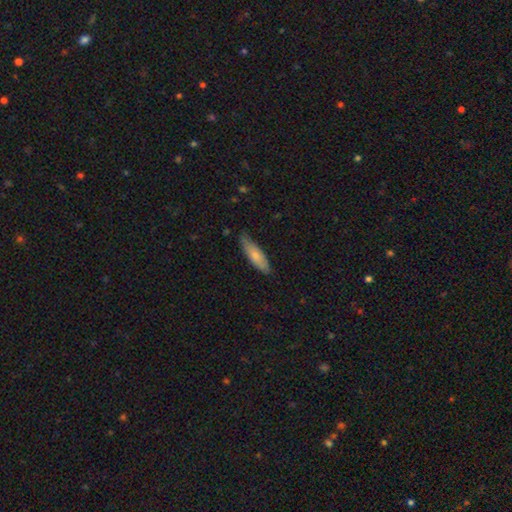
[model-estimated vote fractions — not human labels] Smooth or featured?
  - smooth: 75% *
  - featured or disk: 20%
  - star or artifact: 5%
How rounded?
  - cigar-shaped: 54% *
  - in between: 44%
  - round: 2%
Merging?
  - none: 74% *
  - minor disturbance: 22%
  - major disturbance: 3%
  - merger: 1%